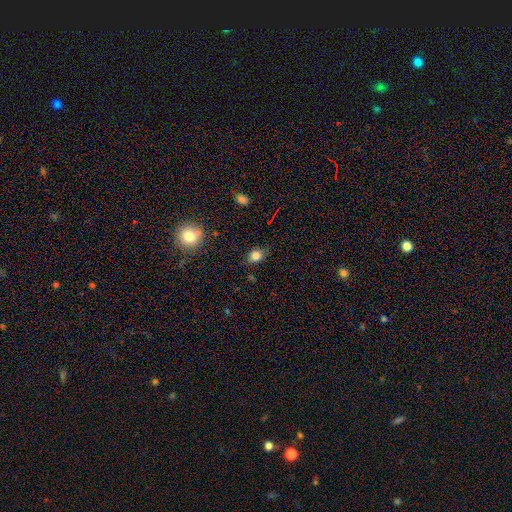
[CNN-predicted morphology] Smooth or featured: smooth — 80% (star or artifact — 12%)
How rounded: in between — 50% (round — 48%)
Merging: none — 79% (minor disturbance — 16%)